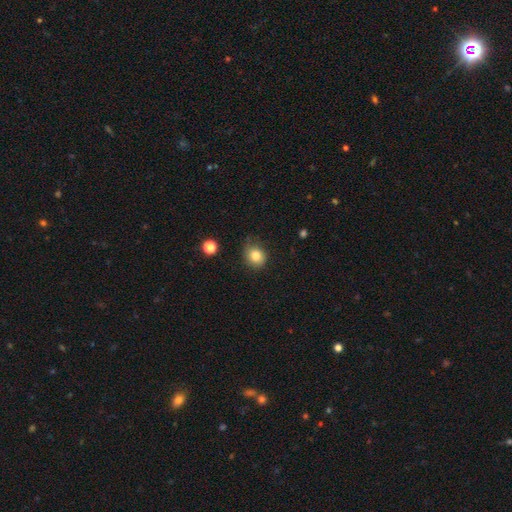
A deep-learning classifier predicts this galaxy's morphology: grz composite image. It shows a smooth galaxy with no disk features (82%) that is round (77%). Merging: none (71%).